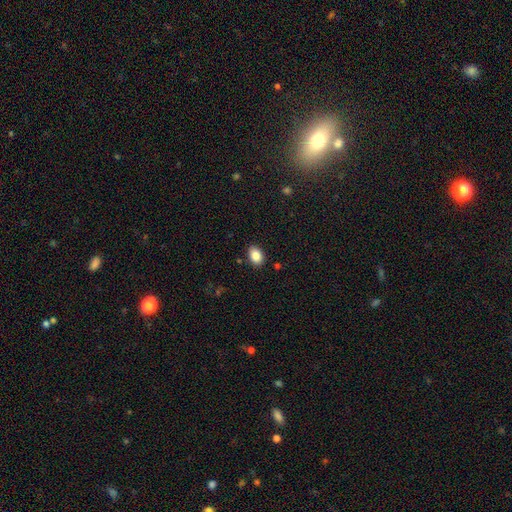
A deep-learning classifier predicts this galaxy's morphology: Overall: smooth (87%). How rounded: in between (82%). Merging: none (87%).